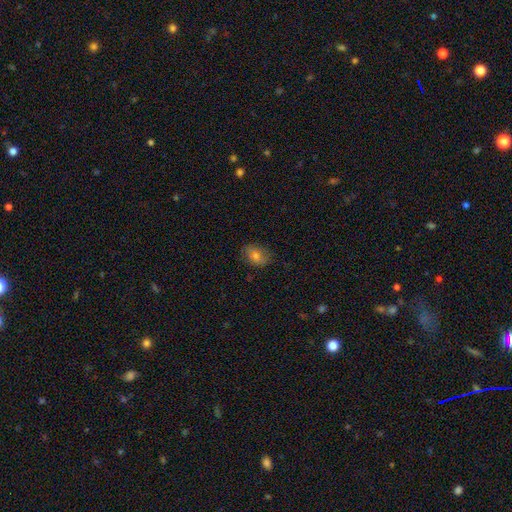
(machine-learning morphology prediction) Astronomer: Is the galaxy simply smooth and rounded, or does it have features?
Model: smooth — 72%.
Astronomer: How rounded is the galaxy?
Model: in between — 72%.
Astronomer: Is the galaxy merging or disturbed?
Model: none — 77%.